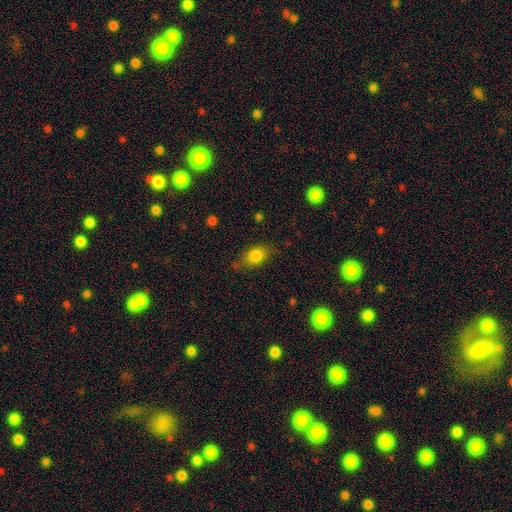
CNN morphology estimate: smooth_or_featured: smooth (p=0.81) [alt: star or artifact p=0.10]
how_rounded: in between (p=0.72) [alt: round p=0.25]
merging: none (p=0.70) [alt: minor disturbance p=0.21]